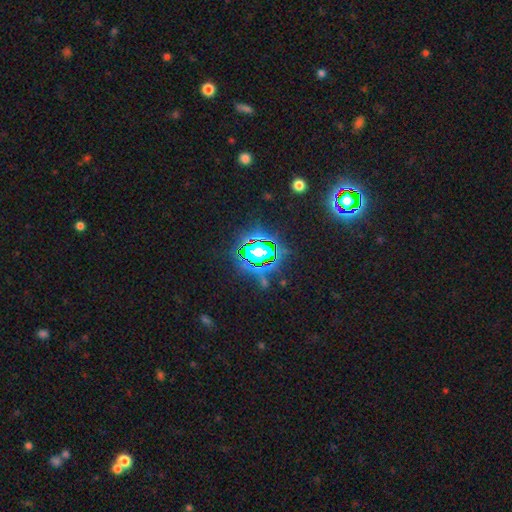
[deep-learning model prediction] Smooth or featured? star or artifact (72%)